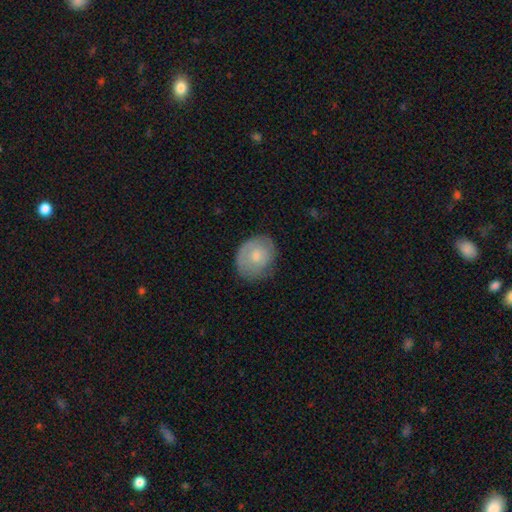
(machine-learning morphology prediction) Smooth or featured? Predicted: smooth (p=0.68). How rounded? Predicted: round (p=0.61). Merging? Predicted: none (p=0.69).